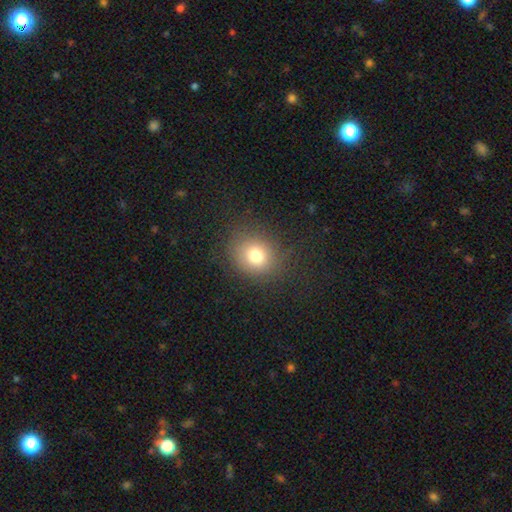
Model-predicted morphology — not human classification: The model was most divided on "how rounded": round: 75%, in between: 24%, cigar-shaped: 1%. More confident: merging — none (83%); smooth or featured — smooth (76%).